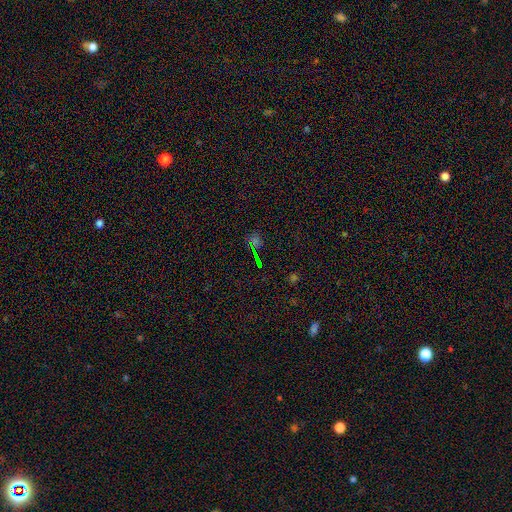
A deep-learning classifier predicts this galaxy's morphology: type=star or artifact (68%).